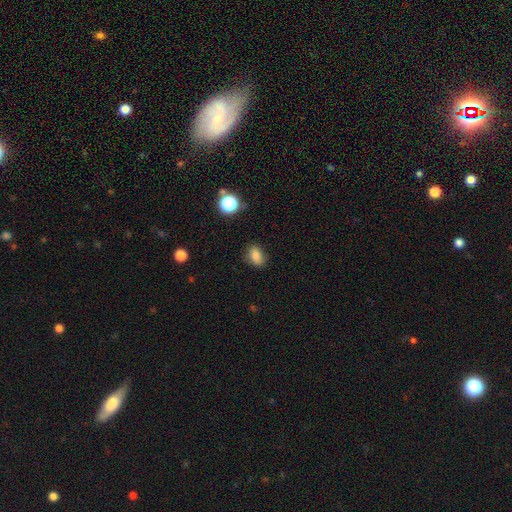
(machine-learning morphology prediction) Q: Smooth or featured?
A: smooth (81%); runner-up: star or artifact (12%)
Q: How rounded?
A: in between (75%); runner-up: round (23%)
Q: Merging?
A: none (83%); runner-up: minor disturbance (13%)